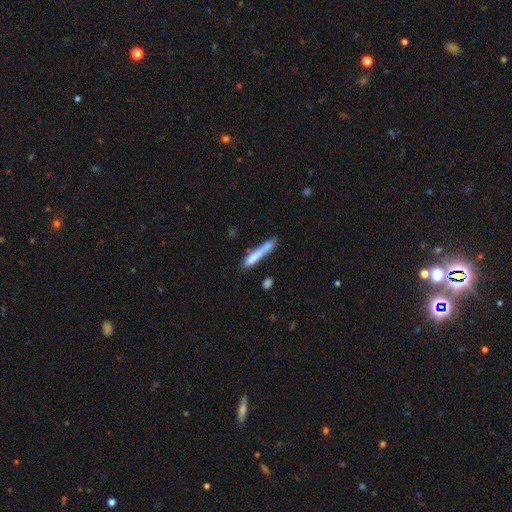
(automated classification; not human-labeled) Morphology: type=smooth (74%); roundness=cigar-shaped (92%); merging=none (56%).